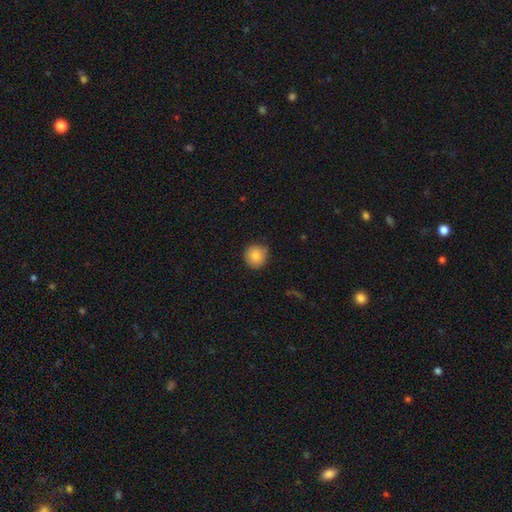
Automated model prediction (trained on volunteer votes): smooth-or-featured: smooth: 85% | star or artifact: 9% | featured or disk: 7%
  how-rounded: round: 93% | in between: 6% | cigar-shaped: 1%
  merging: none: 81% | minor disturbance: 15% | major disturbance: 2% | merger: 1%